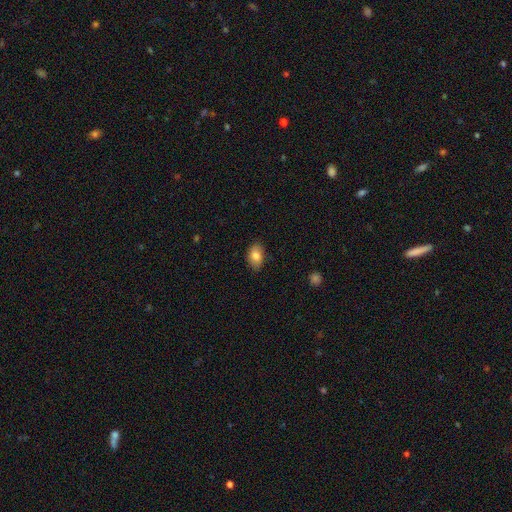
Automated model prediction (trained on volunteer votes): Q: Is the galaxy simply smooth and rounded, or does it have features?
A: smooth — 83%.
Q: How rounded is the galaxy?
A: in between — 89%.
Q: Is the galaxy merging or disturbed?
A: none — 83%.